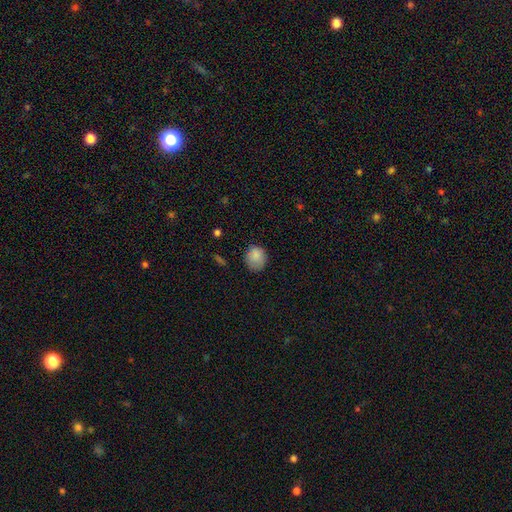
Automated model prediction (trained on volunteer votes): This appears to be a smooth galaxy with no disk features (85%) that is round (67%). Merging: none (71%).